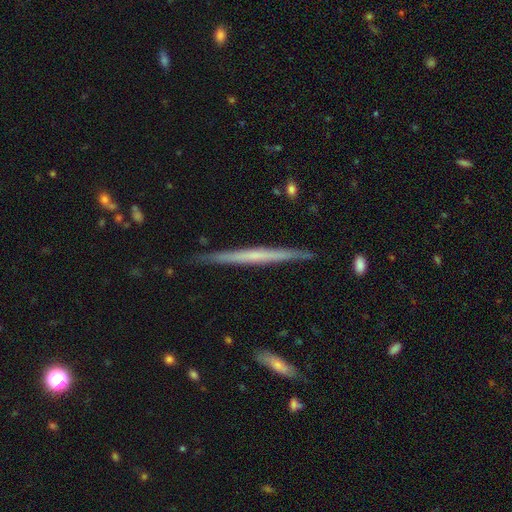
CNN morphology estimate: This appears to be a featured or disk galaxy (60%) viewed edge-on (98%) with no central bulge (77%). Merging: none (87%).